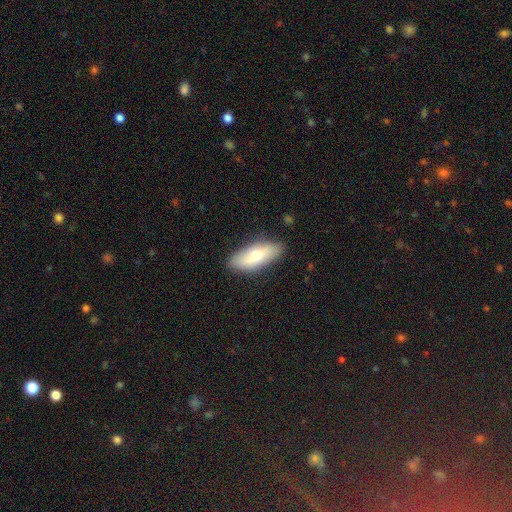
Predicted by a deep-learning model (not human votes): Morphology: type=smooth (69%); roundness=in between (76%); merging=none (85%).